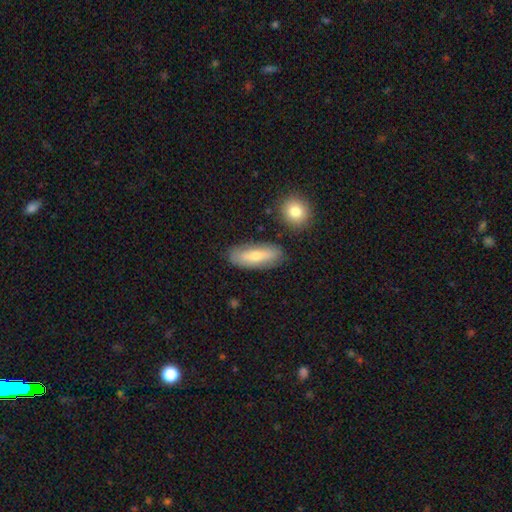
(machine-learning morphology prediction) Q: Smooth or featured?
A: smooth (62%); runner-up: featured or disk (31%)
Q: How rounded?
A: in between (65%); runner-up: cigar-shaped (32%)
Q: Merging?
A: none (82%); runner-up: minor disturbance (12%)